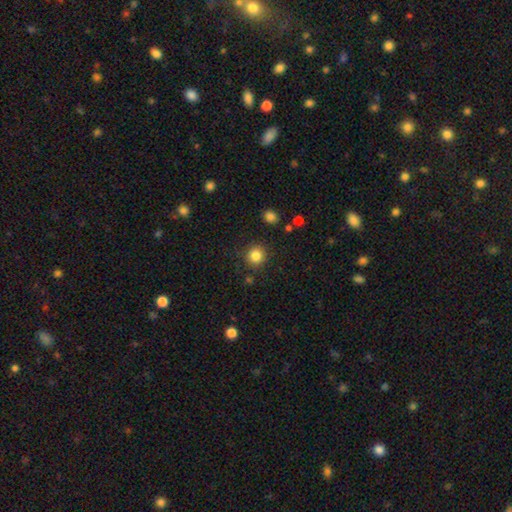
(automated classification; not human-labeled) Smooth or featured? smooth (84%)
How rounded? round (93%)
Merging? none (88%)